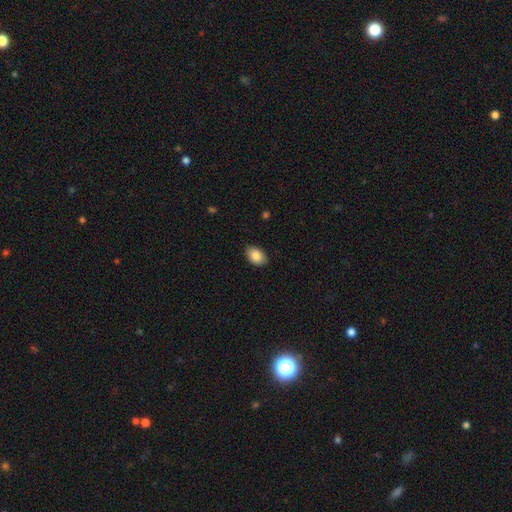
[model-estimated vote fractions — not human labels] Smooth or featured?
  - smooth: 86% *
  - star or artifact: 7%
  - featured or disk: 6%
How rounded?
  - in between: 85% *
  - round: 14%
  - cigar-shaped: 1%
Merging?
  - none: 87% *
  - minor disturbance: 10%
  - major disturbance: 2%
  - merger: 1%